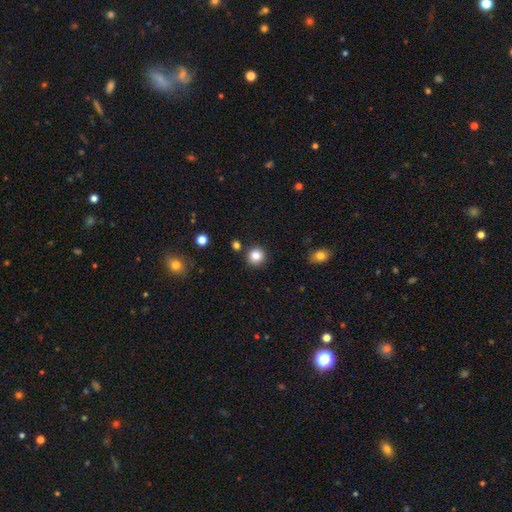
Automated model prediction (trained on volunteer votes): Smooth or featured? smooth (84%)
How rounded? round (91%)
Merging? none (87%)